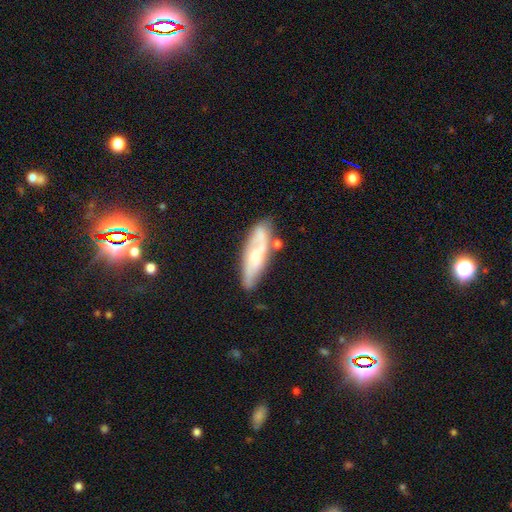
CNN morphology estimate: smooth_or_featured: featured or disk (p=0.64) [alt: smooth p=0.30]
disk_edge_on: no (p=0.76) [alt: yes p=0.24]
merging: none (p=0.70) [alt: minor disturbance p=0.18]